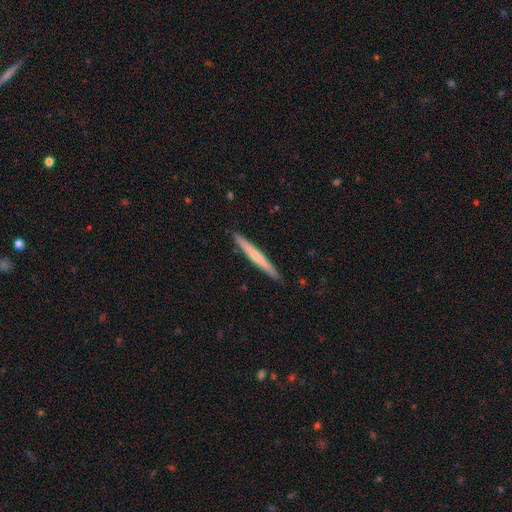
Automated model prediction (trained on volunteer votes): Smooth or featured?
  - smooth: 55% *
  - featured or disk: 39%
  - star or artifact: 5%
How rounded?
  - cigar-shaped: 97% *
  - in between: 2%
  - round: 1%
Merging?
  - none: 91% *
  - minor disturbance: 7%
  - major disturbance: 1%
  - merger: 1%